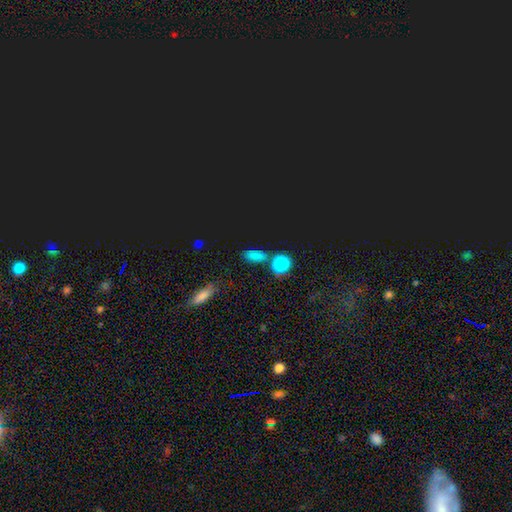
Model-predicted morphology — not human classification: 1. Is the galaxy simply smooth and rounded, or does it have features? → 59% smooth, 34% star or artifact, 6% featured or disk.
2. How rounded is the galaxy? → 60% in between, 29% round, 11% cigar-shaped.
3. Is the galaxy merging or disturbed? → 69% none, 14% merger, 11% minor disturbance, 5% major disturbance.